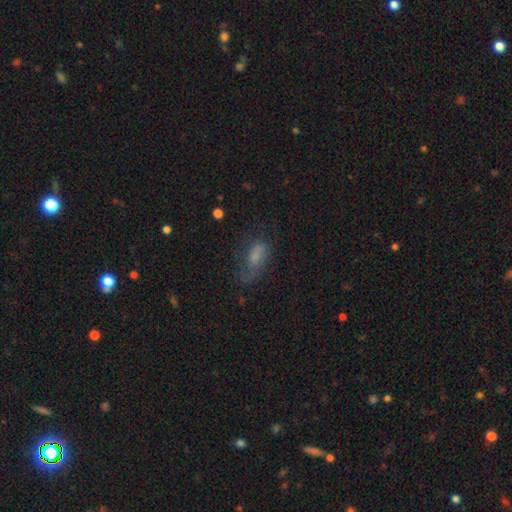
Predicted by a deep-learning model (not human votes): smooth_or_featured: smooth (p=0.51) [alt: featured or disk p=0.34]
how_rounded: in between (p=0.85) [alt: cigar-shaped p=0.09]
merging: none (p=0.51) [alt: minor disturbance p=0.25]